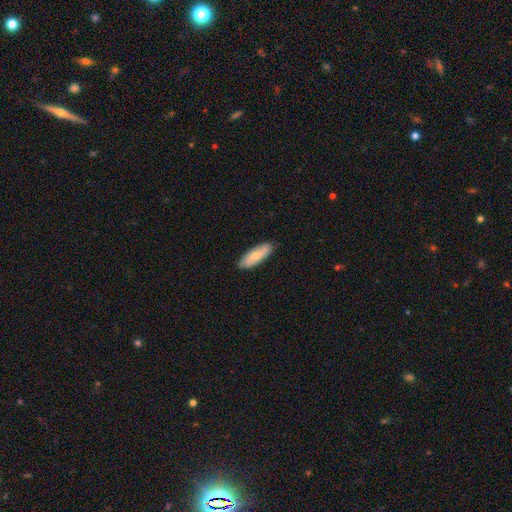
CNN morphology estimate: The model was most divided on "how rounded": in between: 60%, cigar-shaped: 38%, round: 2%. More confident: merging — none (87%); smooth or featured — smooth (76%).